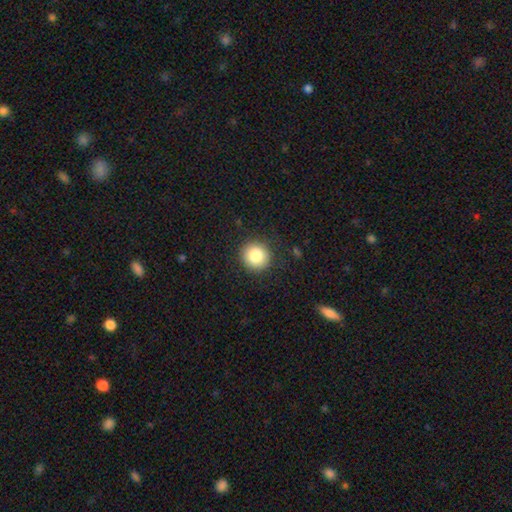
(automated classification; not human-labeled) Smooth or featured?
  - smooth: 85% *
  - star or artifact: 10%
  - featured or disk: 6%
How rounded?
  - round: 93% *
  - in between: 6%
  - cigar-shaped: 1%
Merging?
  - none: 89% *
  - minor disturbance: 7%
  - major disturbance: 2%
  - merger: 1%